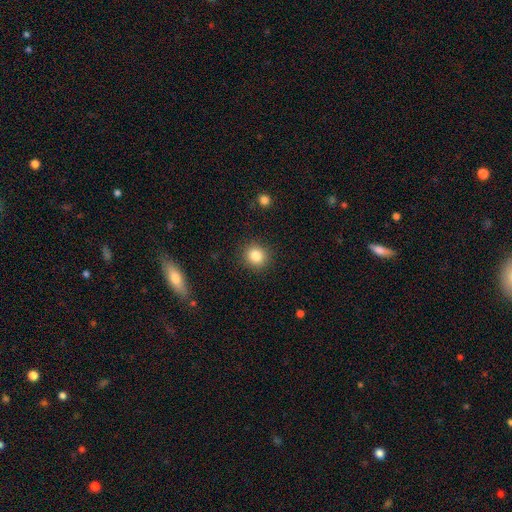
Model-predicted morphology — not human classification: A smooth galaxy with no disk features (83%) that is round (87%).

Vote fractions:
- Smooth or featured? smooth: 83% / star or artifact: 11% / featured or disk: 6%
- How rounded? round: 87% / in between: 12% / cigar-shaped: 1%
- Merging? none: 90% / minor disturbance: 6% / major disturbance: 2% / merger: 1%